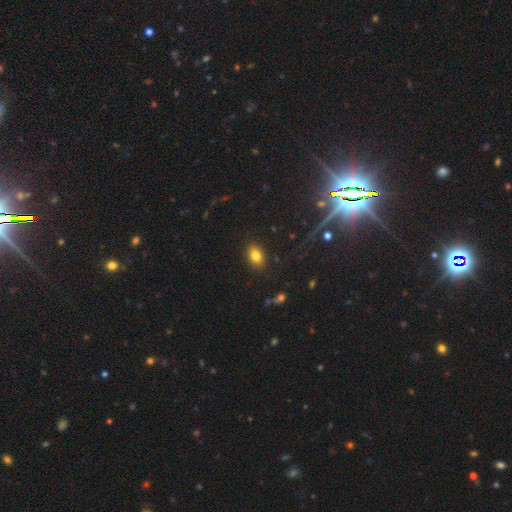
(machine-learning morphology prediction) Q: Smooth or featured?
A: smooth (81%); runner-up: star or artifact (10%)
Q: How rounded?
A: in between (85%); runner-up: round (13%)
Q: Merging?
A: none (87%); runner-up: minor disturbance (9%)